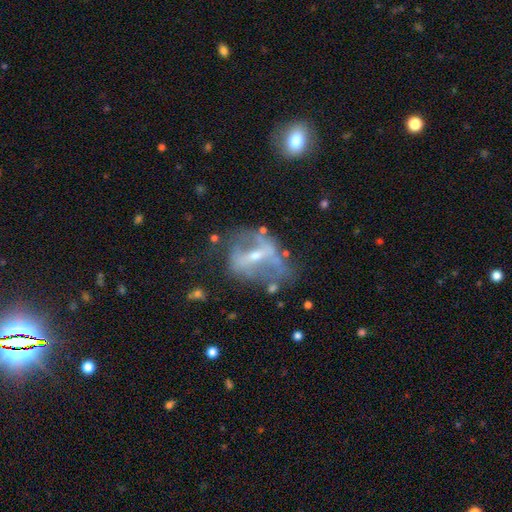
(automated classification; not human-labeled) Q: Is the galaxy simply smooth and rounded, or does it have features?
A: featured or disk — 74%.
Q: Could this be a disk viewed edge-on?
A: no — 89%.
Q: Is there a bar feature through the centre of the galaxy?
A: strong — 54%.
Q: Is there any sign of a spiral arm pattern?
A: no — 53%.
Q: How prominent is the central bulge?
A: small — 59%.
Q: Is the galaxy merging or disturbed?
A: none — 42%.